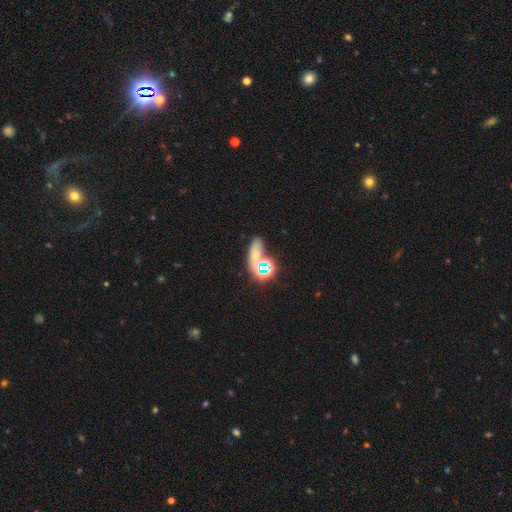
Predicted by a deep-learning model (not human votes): The model was most divided on "smooth or featured": smooth: 45%, star or artifact: 40%, featured or disk: 15%. Remaining: merging — none (46%).